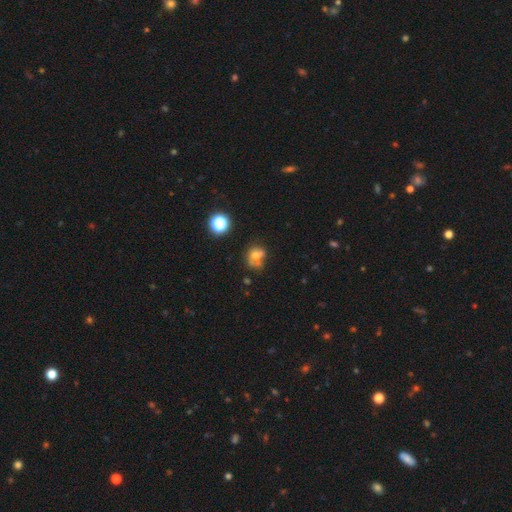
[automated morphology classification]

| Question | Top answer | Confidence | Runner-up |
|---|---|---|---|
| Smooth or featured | smooth | 57% | featured or disk (26%) |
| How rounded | round | 62% | in between (37%) |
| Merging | merger | 34% | tied: none (34%) |